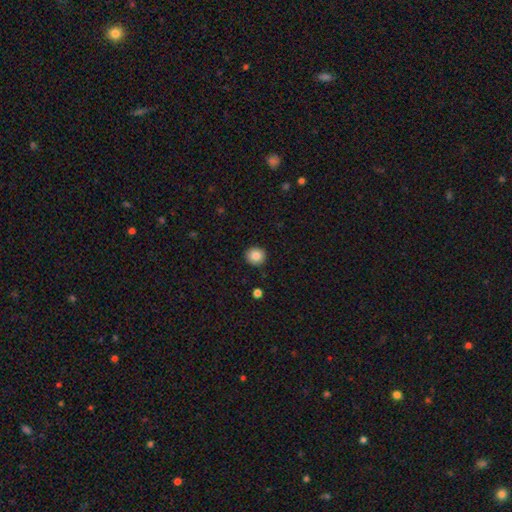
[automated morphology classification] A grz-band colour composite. It shows a smooth galaxy with no disk features (87%) that is round (90%). Merging: none (91%).